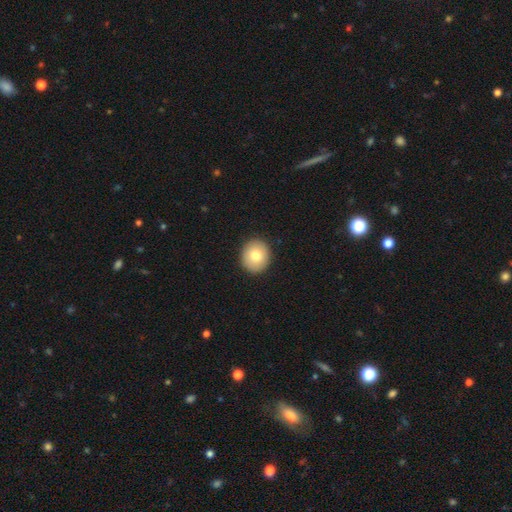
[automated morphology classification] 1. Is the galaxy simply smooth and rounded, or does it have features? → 77% smooth, 15% featured or disk, 8% star or artifact.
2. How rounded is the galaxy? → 82% round, 17% in between, 1% cigar-shaped.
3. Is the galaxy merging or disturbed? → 92% none, 6% minor disturbance, 2% major disturbance, 1% merger.